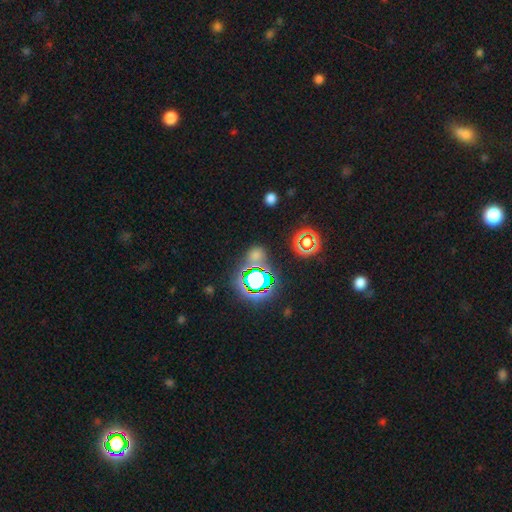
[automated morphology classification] A star or artifact, not a galaxy (49%).

Vote fractions:
- Smooth or featured? star or artifact: 49% / smooth: 42% / featured or disk: 9%